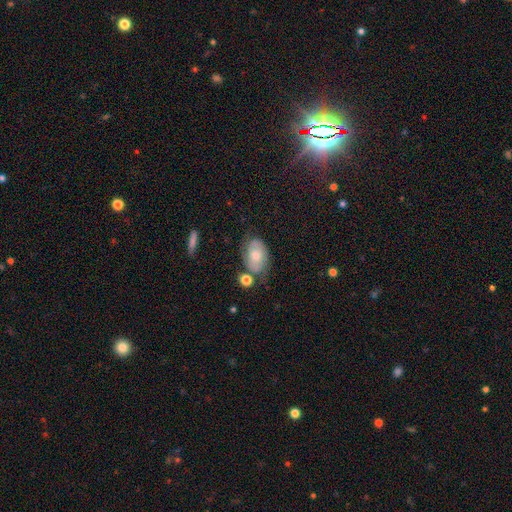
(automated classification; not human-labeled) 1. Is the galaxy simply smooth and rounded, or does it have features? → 57% smooth, 35% featured or disk, 8% star or artifact.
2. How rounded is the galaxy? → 86% in between, 13% round, 2% cigar-shaped.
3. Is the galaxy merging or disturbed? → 52% none, 27% minor disturbance, 11% merger, 11% major disturbance.